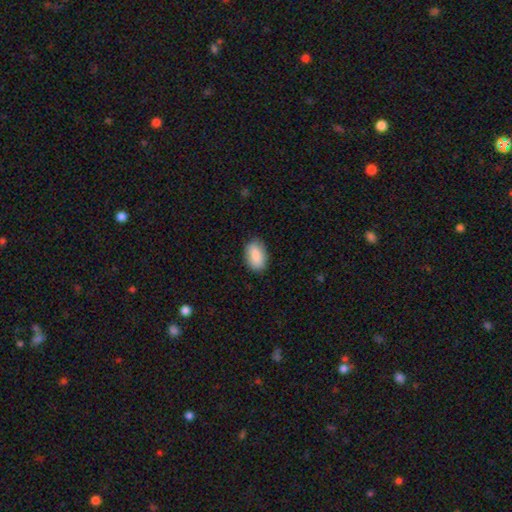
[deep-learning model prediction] Morphology: type=smooth (85%); roundness=in between (91%); merging=none (84%).